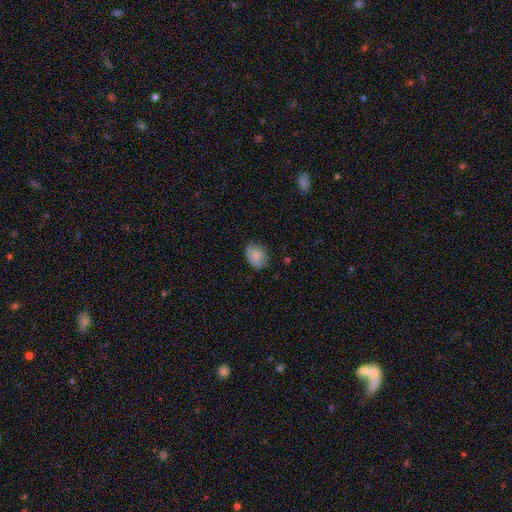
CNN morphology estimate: Smooth or featured? Predicted: smooth (p=0.80). How rounded? Predicted: in between (p=0.55). Merging? Predicted: none (p=0.70).